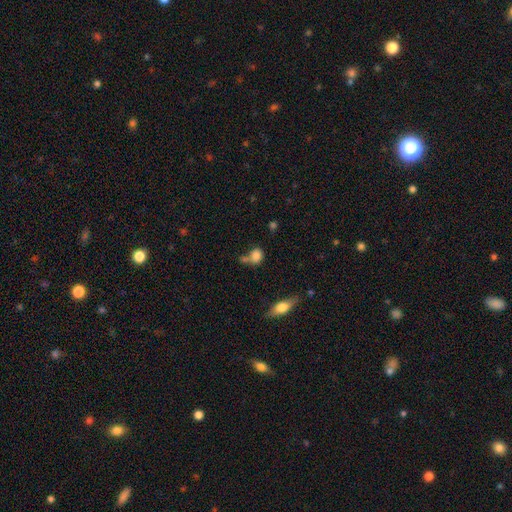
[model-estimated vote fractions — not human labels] Overall: smooth (81%). How rounded: round (60%; in between 37%). Merging: none (43%; merger 31%).